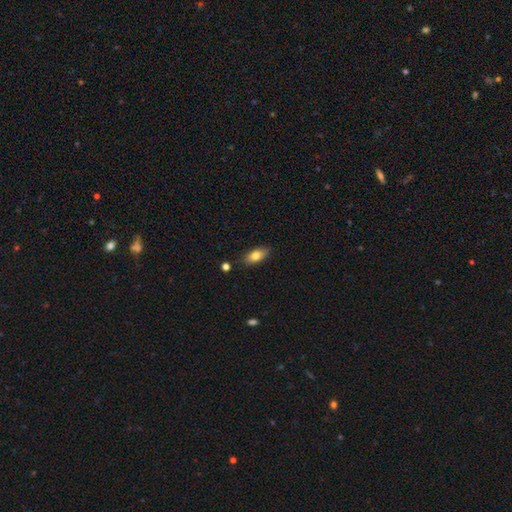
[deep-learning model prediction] Smooth or featured?
  - smooth: 79% *
  - featured or disk: 13%
  - star or artifact: 8%
How rounded?
  - in between: 87% *
  - cigar-shaped: 8%
  - round: 4%
Merging?
  - none: 84% *
  - minor disturbance: 11%
  - major disturbance: 2%
  - merger: 2%